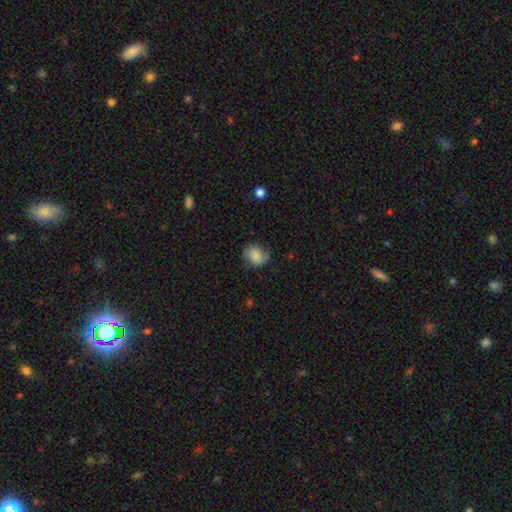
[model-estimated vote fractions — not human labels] A smooth galaxy with no disk features (66%) that is round (52%). Merging: none (64%).